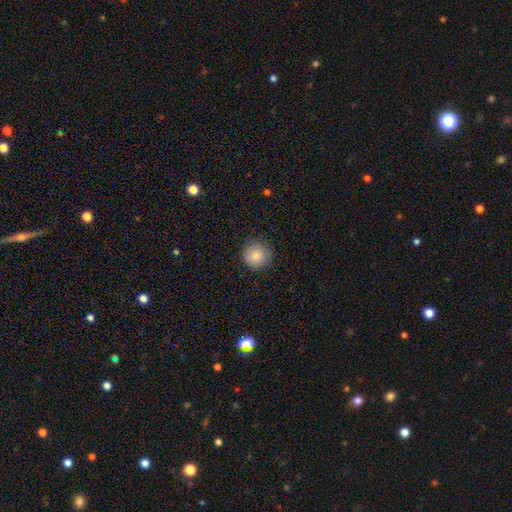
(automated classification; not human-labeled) Smooth or featured?
  - smooth: 85% *
  - star or artifact: 8%
  - featured or disk: 7%
How rounded?
  - round: 94% *
  - in between: 5%
  - cigar-shaped: 1%
Merging?
  - none: 87% *
  - minor disturbance: 10%
  - major disturbance: 2%
  - merger: 1%